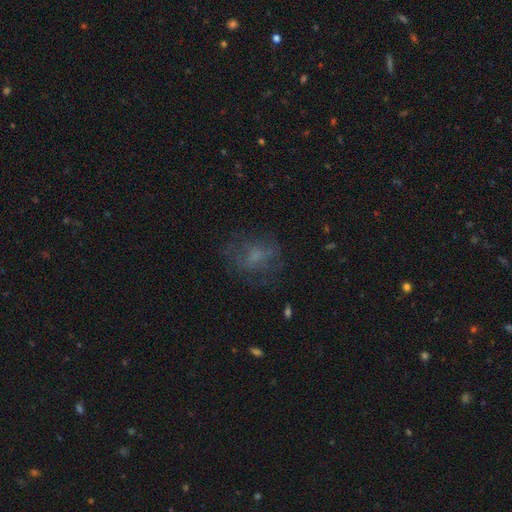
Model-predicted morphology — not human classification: Smooth or featured: smooth — 49% (featured or disk — 33%)
Merging: none — 63% (minor disturbance — 18%)